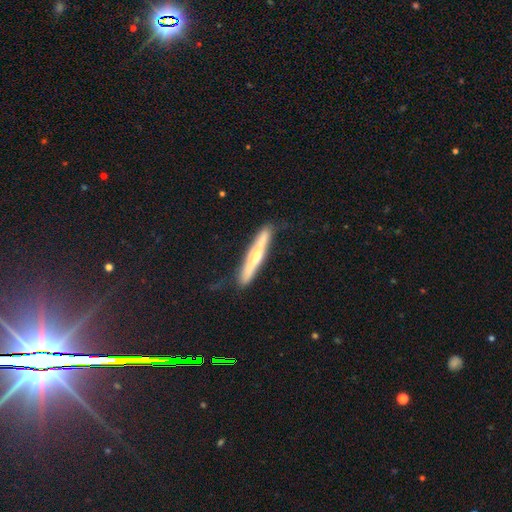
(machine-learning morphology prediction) smooth_or_featured: featured or disk (p=0.61) [alt: smooth p=0.34]
disk_edge_on: yes (p=0.94) [alt: no p=0.06]
edge_on_bulge: rounded (p=0.81) [alt: none p=0.14]
merging: none (p=0.83) [alt: minor disturbance p=0.13]